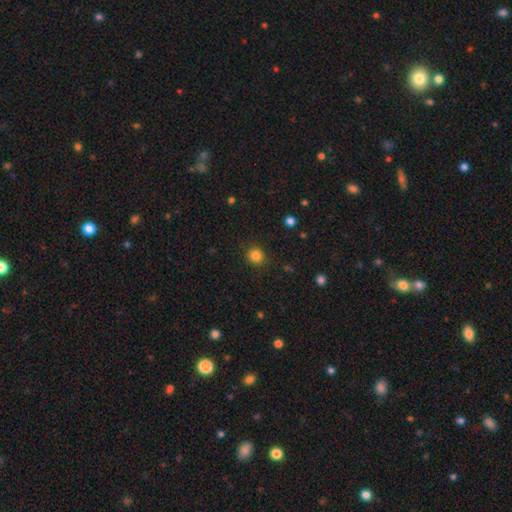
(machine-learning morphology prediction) Overall: smooth (83%). How rounded: round (91%). Merging: none (90%).